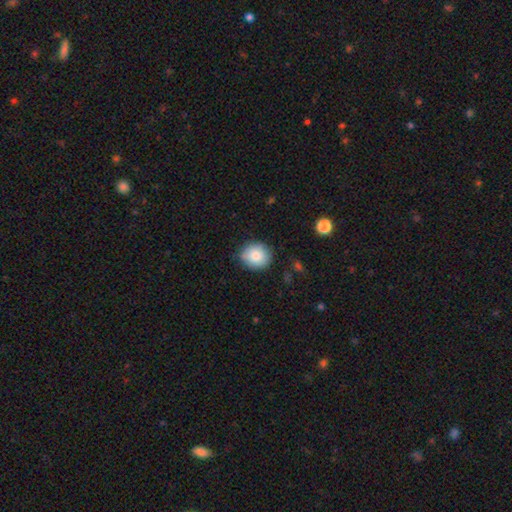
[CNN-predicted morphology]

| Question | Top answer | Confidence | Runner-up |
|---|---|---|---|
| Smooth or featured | smooth | 83% | featured or disk (9%) |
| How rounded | round | 81% | in between (18%) |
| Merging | none | 81% | minor disturbance (14%) |